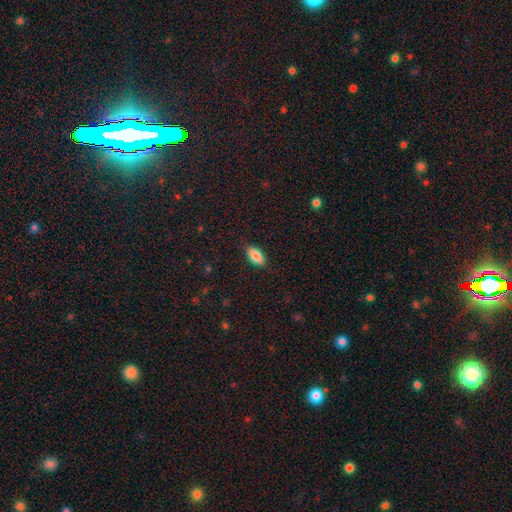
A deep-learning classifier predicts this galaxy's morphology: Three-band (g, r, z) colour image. It shows a smooth galaxy with no disk features (85%) that is in between round and cigar-shaped (88%). Merging: none (86%).